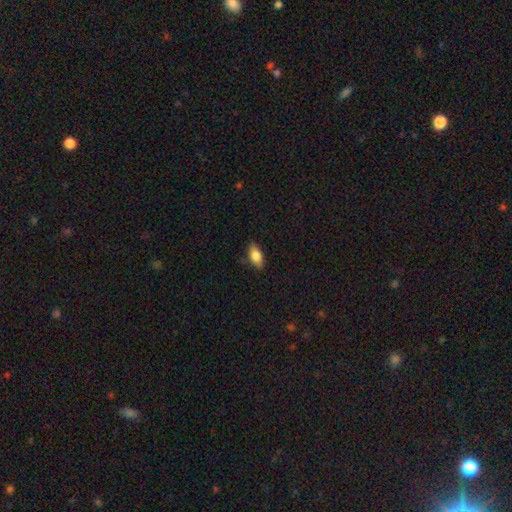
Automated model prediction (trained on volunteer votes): This appears to be a smooth galaxy with no disk features (81%) that is in between round and cigar-shaped (88%). Merging: none (80%).